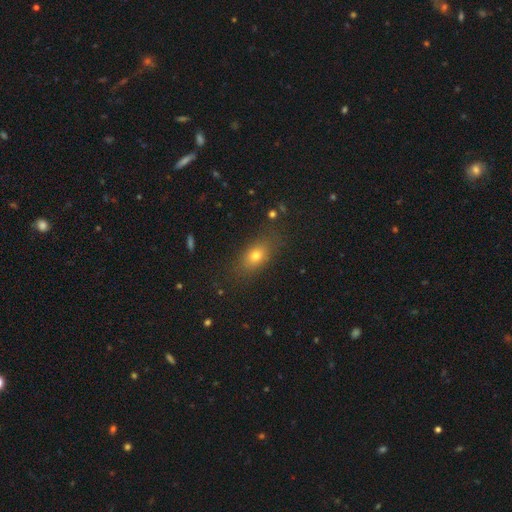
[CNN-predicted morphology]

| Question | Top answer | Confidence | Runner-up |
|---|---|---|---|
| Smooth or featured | smooth | 74% | featured or disk (13%) |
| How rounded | in between | 77% | round (15%) |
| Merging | none | 81% | minor disturbance (13%) |